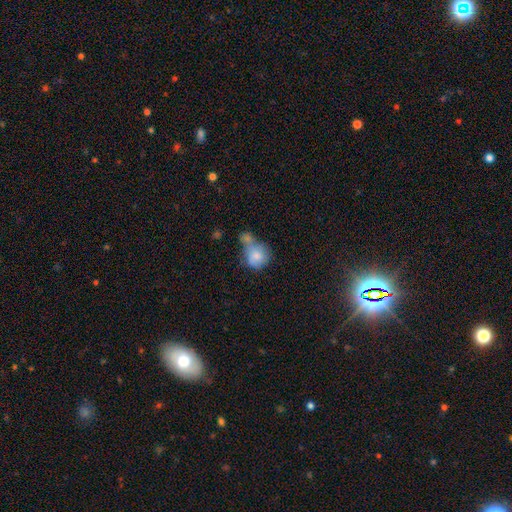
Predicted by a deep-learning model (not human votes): A smooth galaxy with no disk features (75%) that is round (73%).

Vote fractions:
- Smooth or featured? smooth: 75% / featured or disk: 17% / star or artifact: 8%
- How rounded? round: 73% / in between: 26% / cigar-shaped: 1%
- Merging? merger: 50% / none: 25% / minor disturbance: 15% / major disturbance: 10%